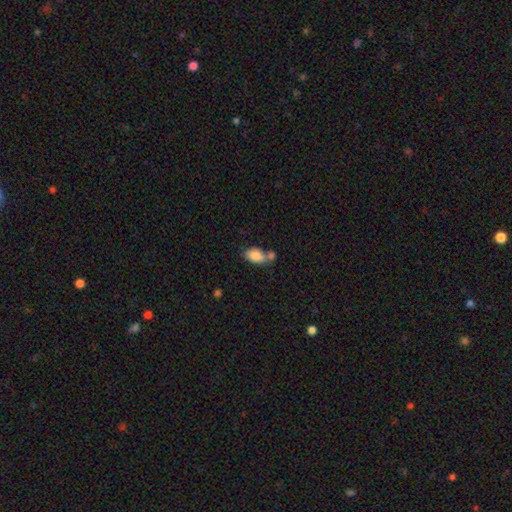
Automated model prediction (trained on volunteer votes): Overall: smooth (85%). How rounded: in between (91%). Merging: none (45%; merger 36%).